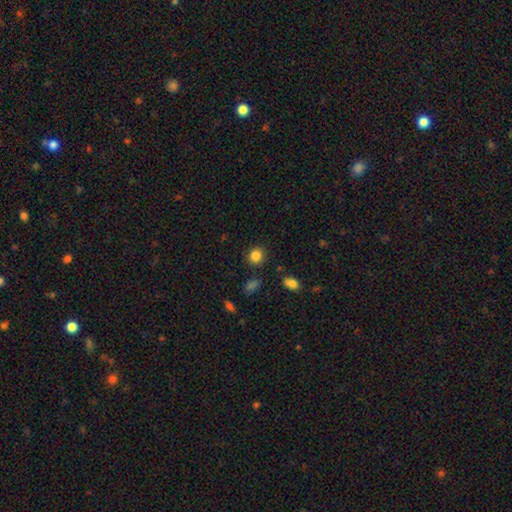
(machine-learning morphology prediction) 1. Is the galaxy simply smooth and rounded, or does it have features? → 85% smooth, 11% star or artifact, 4% featured or disk.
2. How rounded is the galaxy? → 83% round, 16% in between, 1% cigar-shaped.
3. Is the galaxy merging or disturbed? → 88% none, 7% minor disturbance, 3% major disturbance, 2% merger.